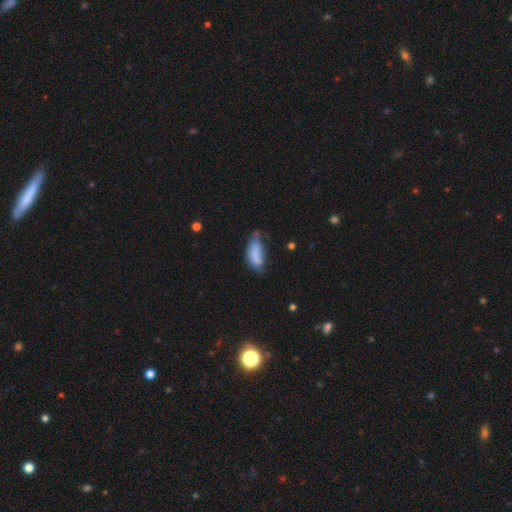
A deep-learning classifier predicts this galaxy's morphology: This appears to be a smooth galaxy with no disk features (78%) that is in between round and cigar-shaped (84%). Merging: minor disturbance (42%).